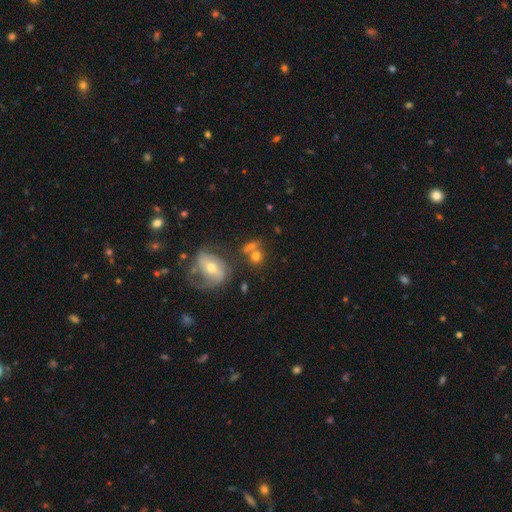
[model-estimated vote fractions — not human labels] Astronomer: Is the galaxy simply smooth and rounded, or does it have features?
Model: smooth — 64%.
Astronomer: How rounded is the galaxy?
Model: round — 74%.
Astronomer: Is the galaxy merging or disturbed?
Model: none — 51% (runner-up: merger, 29%).